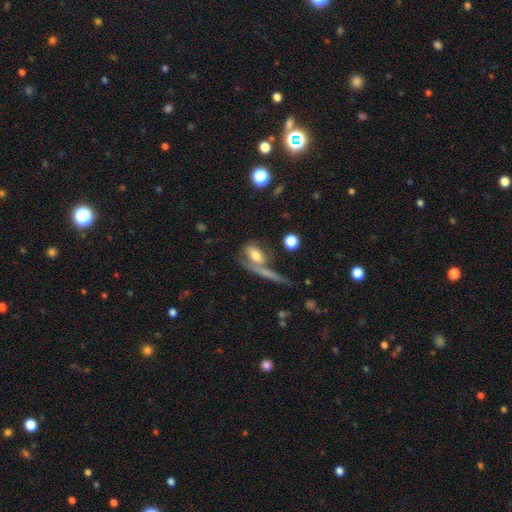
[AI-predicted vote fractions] A smooth galaxy with no disk features (59%) that is in between round and cigar-shaped (64%).

Vote fractions:
- Smooth or featured? smooth: 59% / featured or disk: 32% / star or artifact: 9%
- How rounded? in between: 64% / round: 19% / cigar-shaped: 17%
- Merging? none: 41% / merger: 31% / minor disturbance: 16% / major disturbance: 12%